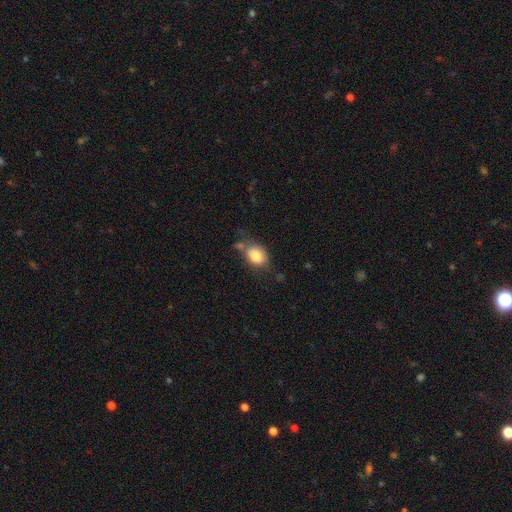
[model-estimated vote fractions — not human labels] A smooth galaxy with no disk features (81%) that is in between round and cigar-shaped (66%).

Vote fractions:
- Smooth or featured? smooth: 81% / featured or disk: 11% / star or artifact: 8%
- How rounded? in between: 66% / round: 33% / cigar-shaped: 1%
- Merging? none: 51% / minor disturbance: 25% / merger: 14% / major disturbance: 10%